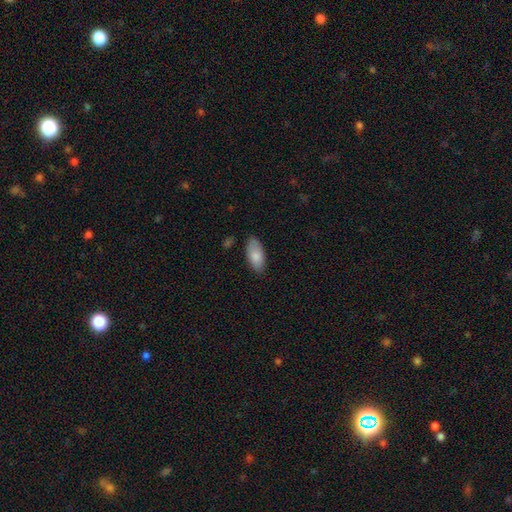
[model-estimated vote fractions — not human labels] A smooth galaxy with no disk features (84%) that is in between round and cigar-shaped (90%).

Vote fractions:
- Smooth or featured? smooth: 84% / featured or disk: 10% / star or artifact: 6%
- How rounded? in between: 90% / cigar-shaped: 8% / round: 2%
- Merging? none: 80% / minor disturbance: 15% / major disturbance: 3% / merger: 2%